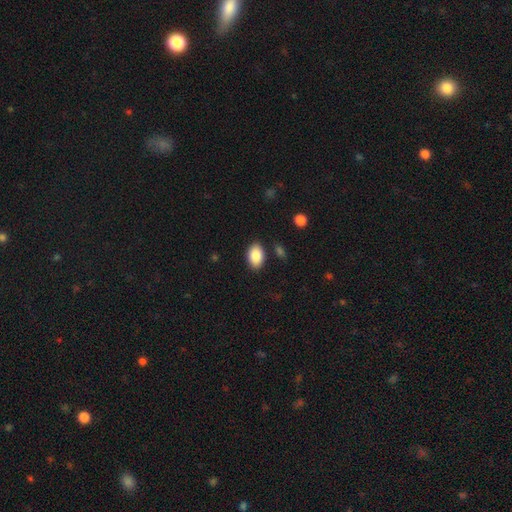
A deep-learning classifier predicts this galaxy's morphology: Smooth or featured?
  - smooth: 87% *
  - star or artifact: 7%
  - featured or disk: 6%
How rounded?
  - in between: 88% *
  - round: 11%
  - cigar-shaped: 1%
Merging?
  - none: 86% *
  - minor disturbance: 9%
  - major disturbance: 2%
  - merger: 2%